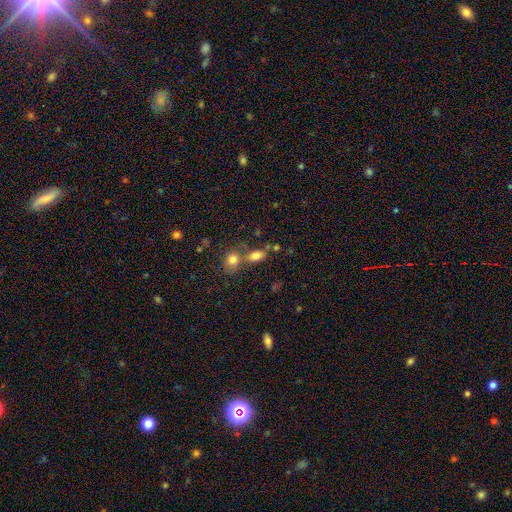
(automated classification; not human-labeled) Smooth or featured: smooth — 79% (star or artifact — 11%)
How rounded: in between — 81% (round — 15%)
Merging: none — 45% (merger — 39%)